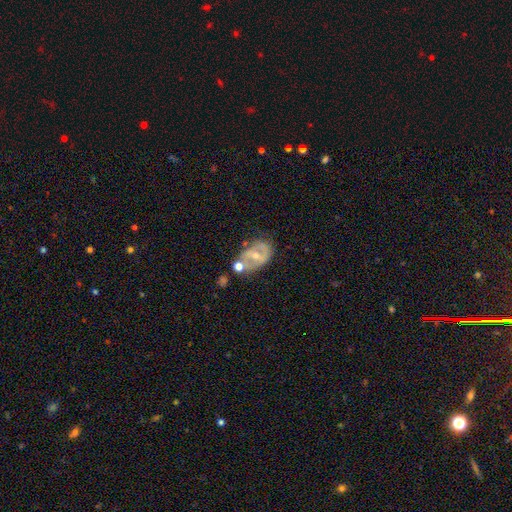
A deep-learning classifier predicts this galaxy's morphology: smooth-or-featured: featured or disk: 65% | smooth: 27% | star or artifact: 8%
  disk-edge-on: no: 95% | yes: 5%
    bar: weak: 39% | no: 34% | strong: 27%
    has-spiral-arms: no: 51% | yes: 49%
    bulge-size: small: 49% | moderate: 46% | none: 2% | large: 2% | dominant: 1%
  merging: none: 43% | minor disturbance: 23% | merger: 21% | major disturbance: 13%